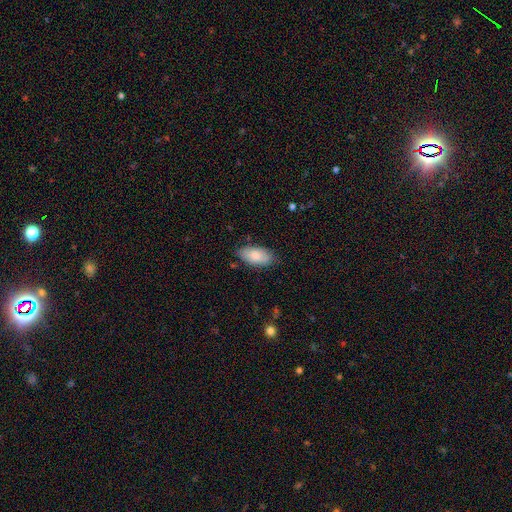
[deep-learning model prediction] Q: Smooth or featured?
A: smooth (84%); runner-up: featured or disk (10%)
Q: How rounded?
A: in between (93%); runner-up: cigar-shaped (4%)
Q: Merging?
A: none (79%); runner-up: minor disturbance (16%)